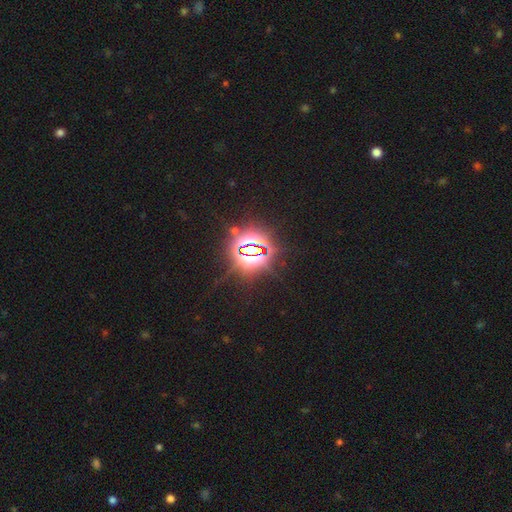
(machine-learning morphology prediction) A star or artifact, not a galaxy (83%).

Vote fractions:
- Smooth or featured? star or artifact: 83% / smooth: 9% / featured or disk: 8%